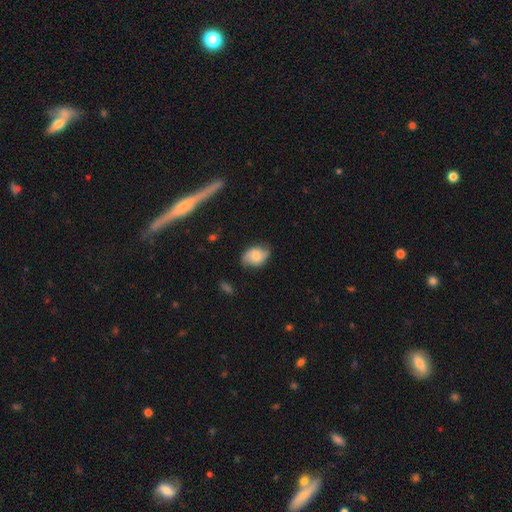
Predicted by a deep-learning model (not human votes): Smooth or featured?
  - smooth: 67% *
  - featured or disk: 25%
  - star or artifact: 8%
How rounded?
  - in between: 77% *
  - round: 22%
  - cigar-shaped: 1%
Merging?
  - none: 70% *
  - minor disturbance: 24%
  - major disturbance: 5%
  - merger: 1%